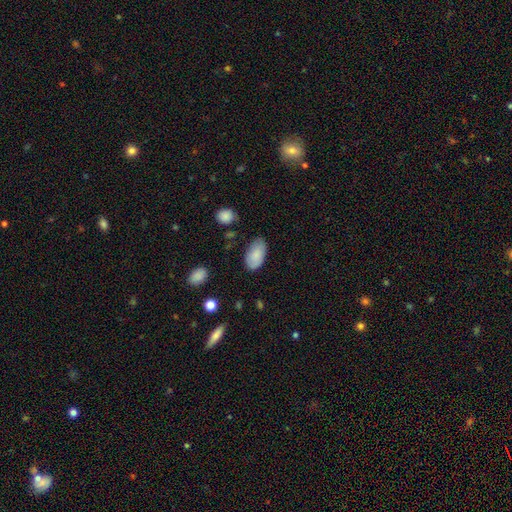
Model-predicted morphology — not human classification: The model was most divided on "merging": none: 75%, minor disturbance: 19%, major disturbance: 4%, merger: 2%. More confident: how rounded — in between (95%); smooth or featured — smooth (83%).